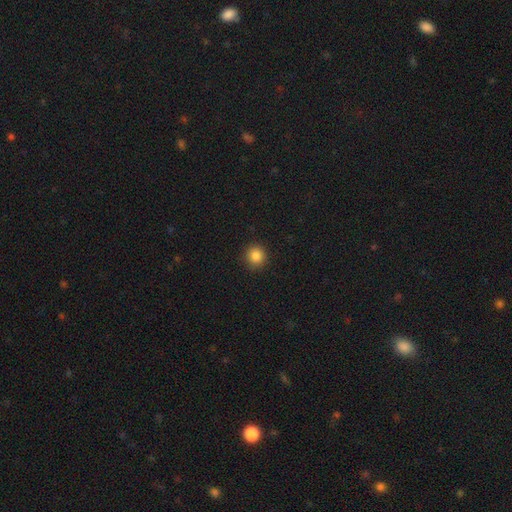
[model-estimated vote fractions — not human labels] A smooth galaxy with no disk features (85%) that is round (93%).

Vote fractions:
- Smooth or featured? smooth: 85% / star or artifact: 11% / featured or disk: 4%
- How rounded? round: 93% / in between: 6% / cigar-shaped: 1%
- Merging? none: 92% / minor disturbance: 6% / major disturbance: 2% / merger: 1%